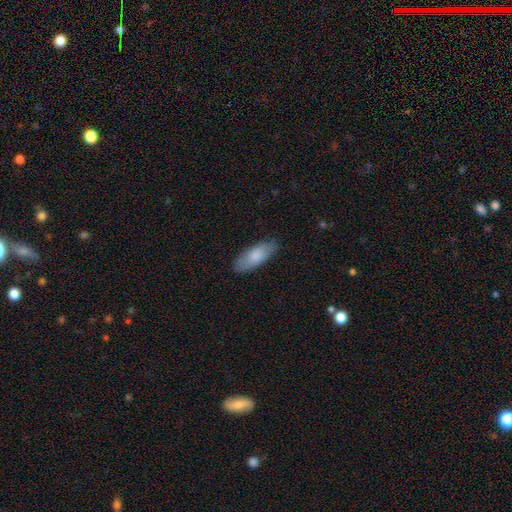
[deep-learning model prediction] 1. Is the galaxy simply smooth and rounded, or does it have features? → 83% smooth, 12% featured or disk, 5% star or artifact.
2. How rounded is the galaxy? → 75% in between, 23% cigar-shaped, 2% round.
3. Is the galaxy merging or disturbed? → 83% none, 14% minor disturbance, 3% major disturbance, 1% merger.